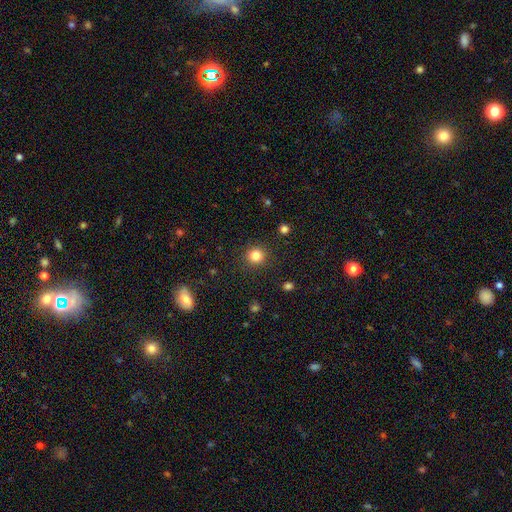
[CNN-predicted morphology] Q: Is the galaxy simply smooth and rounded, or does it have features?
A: smooth — 83%.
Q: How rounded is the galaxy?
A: round — 93%.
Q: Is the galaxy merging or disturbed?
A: none — 91%.